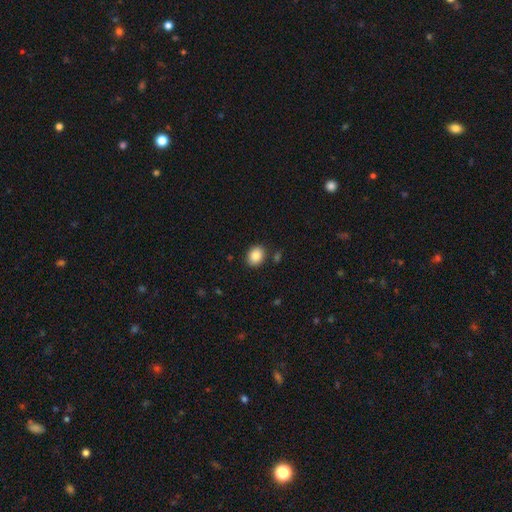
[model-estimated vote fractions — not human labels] smooth_or_featured: smooth (p=0.88) [alt: star or artifact p=0.08]
how_rounded: in between (p=0.55) [alt: round p=0.44]
merging: none (p=0.85) [alt: minor disturbance p=0.09]